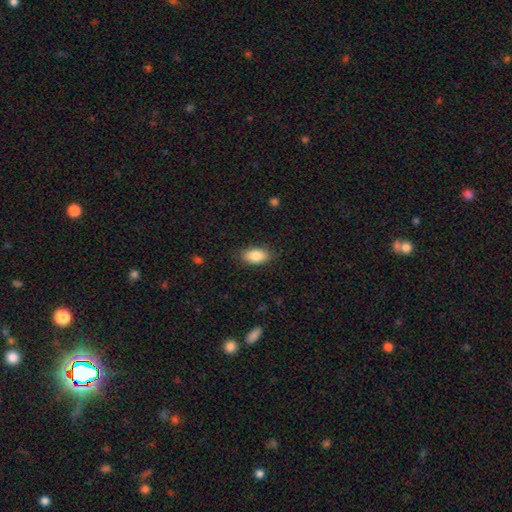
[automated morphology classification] Smooth or featured?
  - smooth: 87% *
  - star or artifact: 7%
  - featured or disk: 6%
How rounded?
  - in between: 92% *
  - round: 5%
  - cigar-shaped: 3%
Merging?
  - none: 85% *
  - minor disturbance: 11%
  - major disturbance: 3%
  - merger: 1%